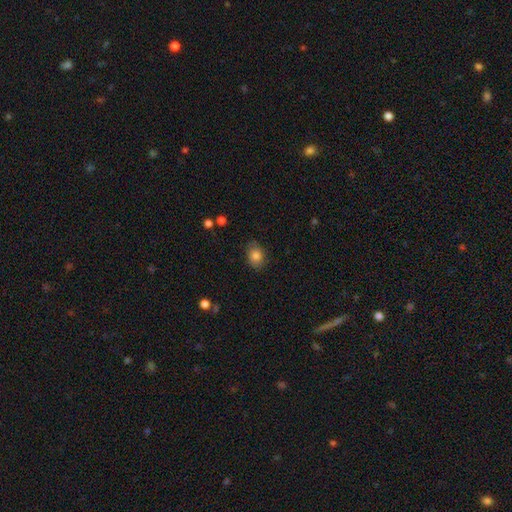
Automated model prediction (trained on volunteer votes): A smooth galaxy with no disk features (83%) that is in between round and cigar-shaped (55%). Merging: none (80%).